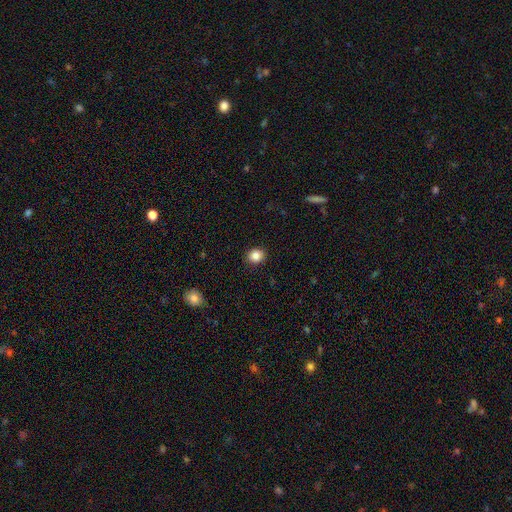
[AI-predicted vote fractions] Smooth or featured?
  - smooth: 85% *
  - star or artifact: 10%
  - featured or disk: 5%
How rounded?
  - round: 70% *
  - in between: 29%
  - cigar-shaped: 1%
Merging?
  - none: 90% *
  - minor disturbance: 7%
  - major disturbance: 2%
  - merger: 1%